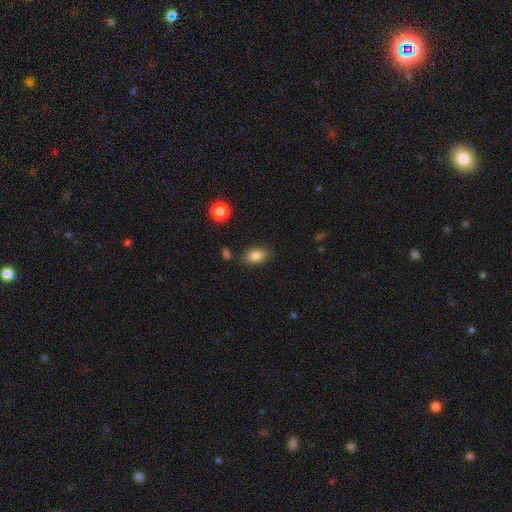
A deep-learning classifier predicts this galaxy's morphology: Q: Smooth or featured?
A: smooth (83%); runner-up: star or artifact (9%)
Q: How rounded?
A: in between (86%); runner-up: round (11%)
Q: Merging?
A: none (80%); runner-up: minor disturbance (13%)